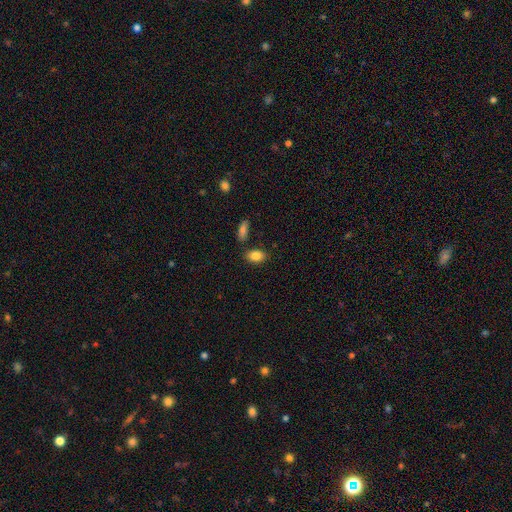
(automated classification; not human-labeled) A smooth galaxy with no disk features (85%) that is in between round and cigar-shaped (87%).

Vote fractions:
- Smooth or featured? smooth: 85% / star or artifact: 8% / featured or disk: 7%
- How rounded? in between: 87% / round: 11% / cigar-shaped: 2%
- Merging? none: 77% / minor disturbance: 12% / merger: 9% / major disturbance: 3%